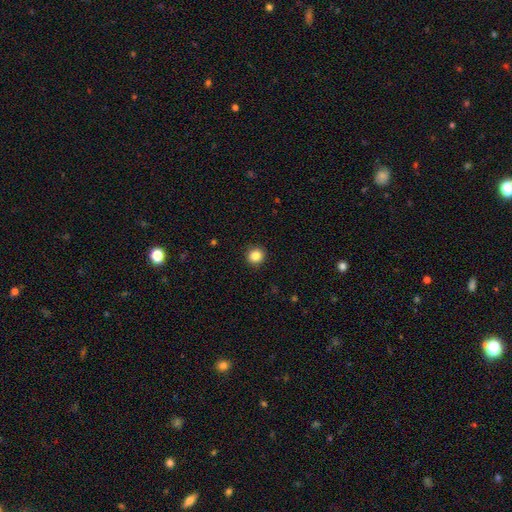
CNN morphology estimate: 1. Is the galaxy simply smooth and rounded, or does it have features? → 85% smooth, 11% star or artifact, 5% featured or disk.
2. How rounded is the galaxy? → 92% round, 7% in between, 1% cigar-shaped.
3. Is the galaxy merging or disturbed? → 93% none, 5% minor disturbance, 2% major disturbance, 1% merger.